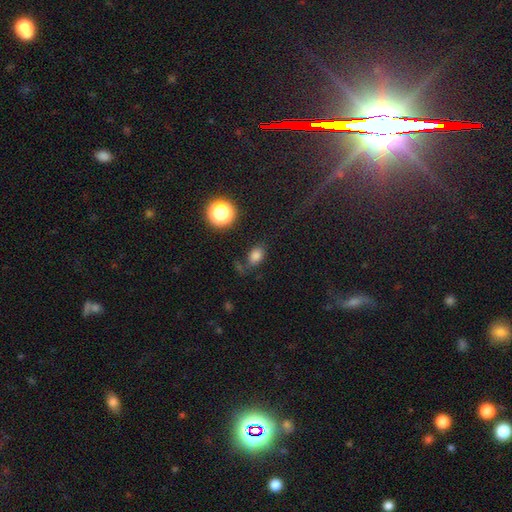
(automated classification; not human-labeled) Smooth or featured? Predicted: smooth (p=0.77). How rounded? Predicted: in between (p=0.79). Merging? Predicted: none (p=0.65).